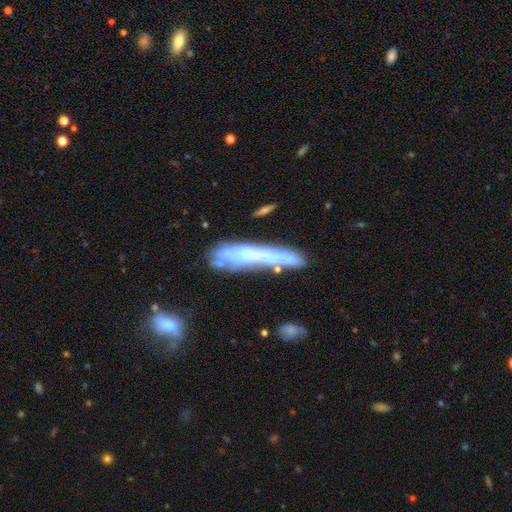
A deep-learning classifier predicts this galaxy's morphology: Smooth or featured? featured or disk (51%)
Edge-on disk? yes (70%)
Merging? none (55%)